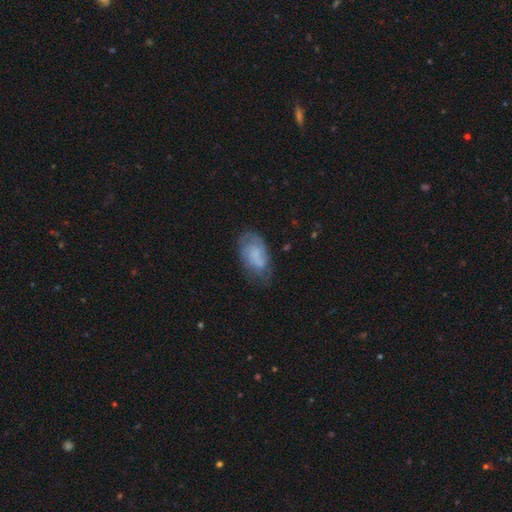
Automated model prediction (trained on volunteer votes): Smooth or featured? Predicted: smooth (p=0.48). Merging? Predicted: none (p=0.56).